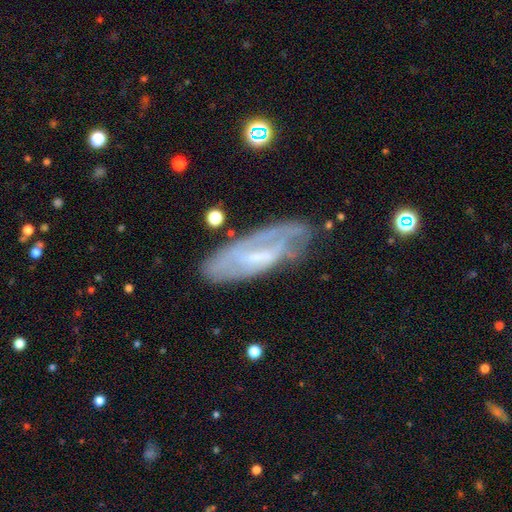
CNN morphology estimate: Smooth or featured? Predicted: featured or disk (p=0.70). Edge-on disk? Predicted: no (p=0.81). Bar? Predicted: weak (p=0.42). Spiral arms? Predicted: yes (p=0.70). Bulge size? Predicted: small (p=0.64). Merging? Predicted: none (p=0.65).